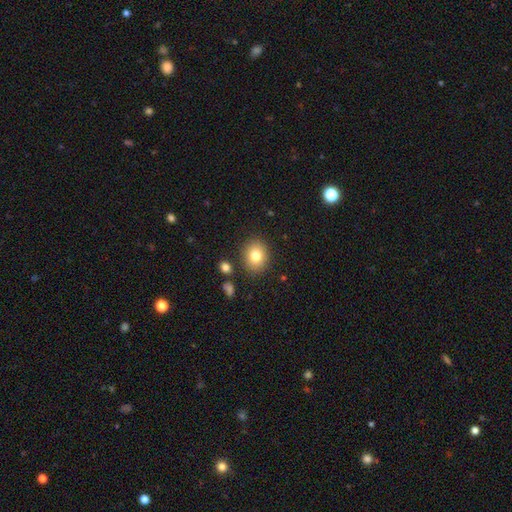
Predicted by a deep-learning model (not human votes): Smooth or featured? Predicted: smooth (p=0.80). How rounded? Predicted: round (p=0.59). Merging? Predicted: none (p=0.86).